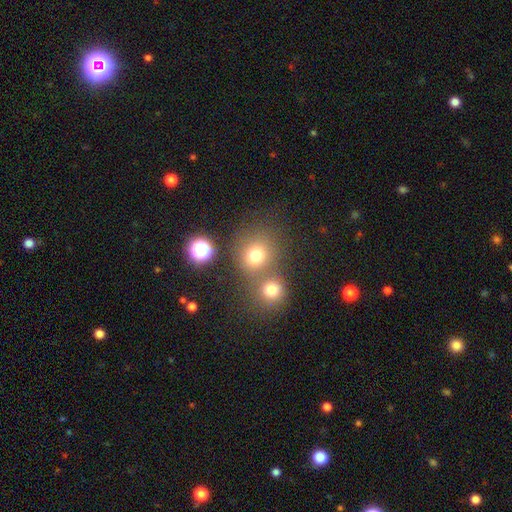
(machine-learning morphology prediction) smooth-or-featured: smooth: 74% | star or artifact: 18% | featured or disk: 8%
  how-rounded: round: 85% | in between: 14% | cigar-shaped: 1%
  merging: none: 56% | merger: 33% | minor disturbance: 7% | major disturbance: 4%